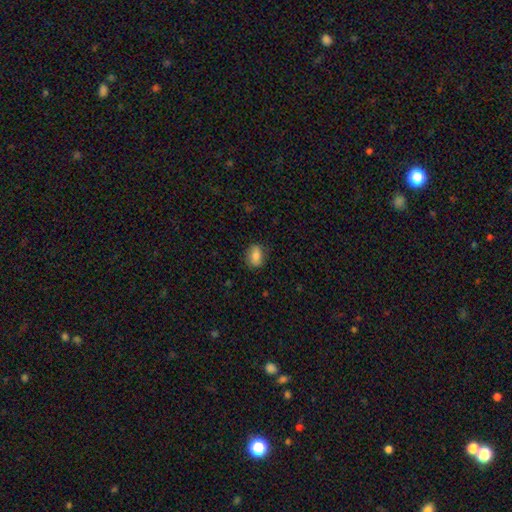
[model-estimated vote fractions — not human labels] Overall: smooth (84%). How rounded: in between (77%). Merging: none (82%).